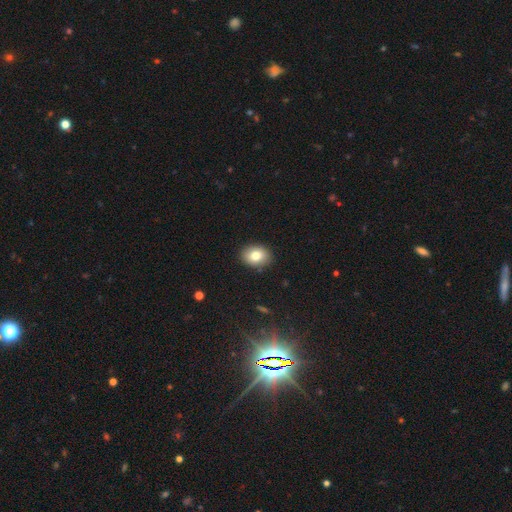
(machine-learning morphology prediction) Smooth or featured? smooth (80%)
How rounded? in between (60%)
Merging? none (88%)